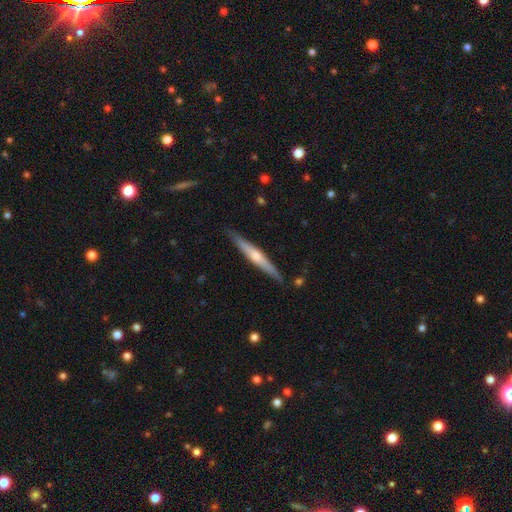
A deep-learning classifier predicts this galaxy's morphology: The model was most divided on "smooth or featured": featured or disk: 59%, smooth: 36%, star or artifact: 5%. More confident: edge-on disk — yes (97%); merging — none (87%); edge-on bulge — rounded (72%).